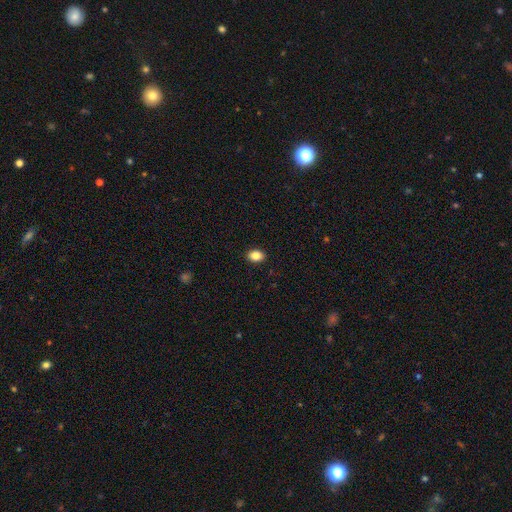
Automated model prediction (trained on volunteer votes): Morphology: type=smooth (85%); roundness=in between (76%); merging=none (90%).